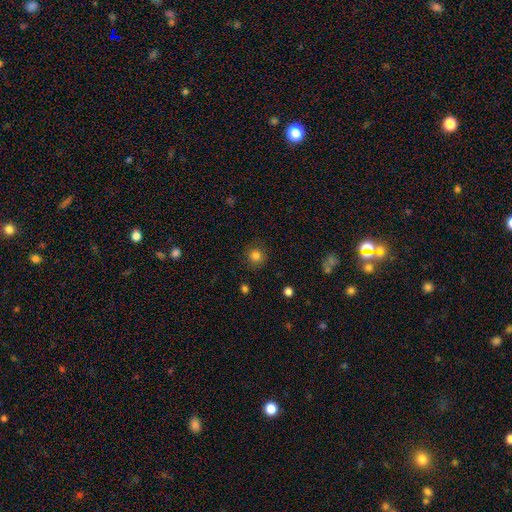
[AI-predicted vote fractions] Morphology: type=smooth (82%); roundness=round (93%); merging=none (86%).